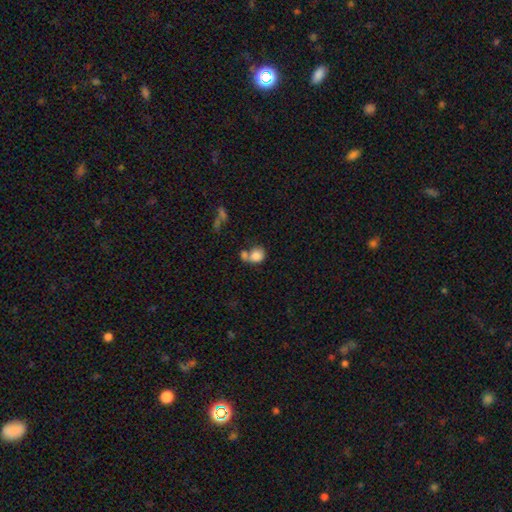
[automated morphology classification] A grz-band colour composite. It shows a smooth galaxy with no disk features (82%) that is round (69%). Merging: merger (45%).